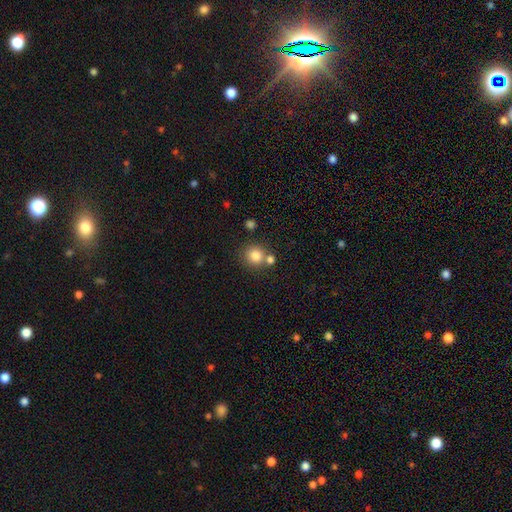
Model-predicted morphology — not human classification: This is clearly a smooth galaxy (82%). How rounded: clearly round (91%). Merging: likely none (67%).